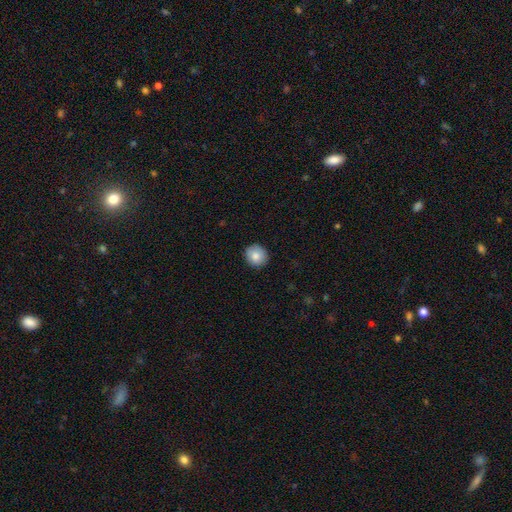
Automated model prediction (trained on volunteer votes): smooth 84%, featured or disk 8%, star or artifact 8%. Down the decision tree: how rounded — round (86%); merging — none (89%).